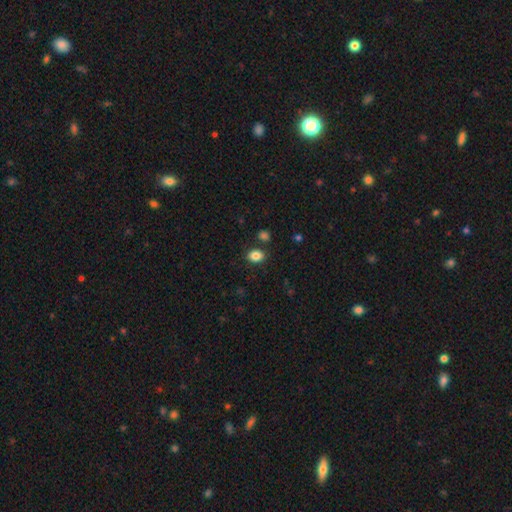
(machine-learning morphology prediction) Smooth or featured: smooth — 85% (star or artifact — 10%)
How rounded: in between — 67% (round — 32%)
Merging: none — 82% (minor disturbance — 10%)